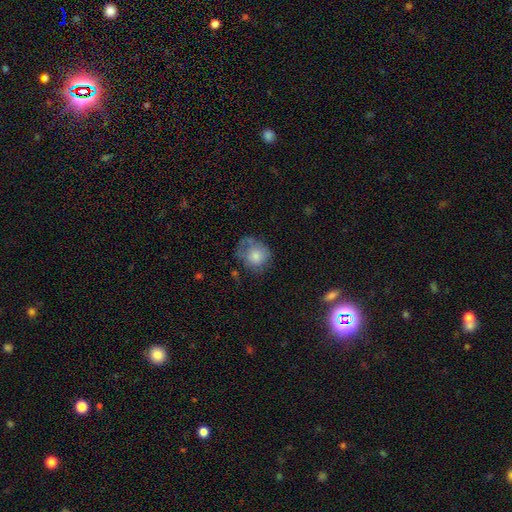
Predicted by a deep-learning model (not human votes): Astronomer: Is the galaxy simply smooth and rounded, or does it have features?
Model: smooth — 73%.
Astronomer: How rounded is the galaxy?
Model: round — 76%.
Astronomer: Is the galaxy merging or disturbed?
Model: none — 43% (runner-up: minor disturbance, 31%).